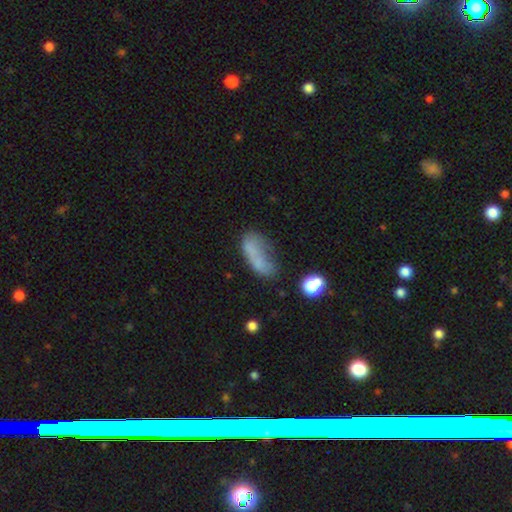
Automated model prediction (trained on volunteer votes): Smooth or featured? Predicted: smooth (p=0.66). How rounded? Predicted: in between (p=0.70). Merging? Predicted: none (p=0.35).